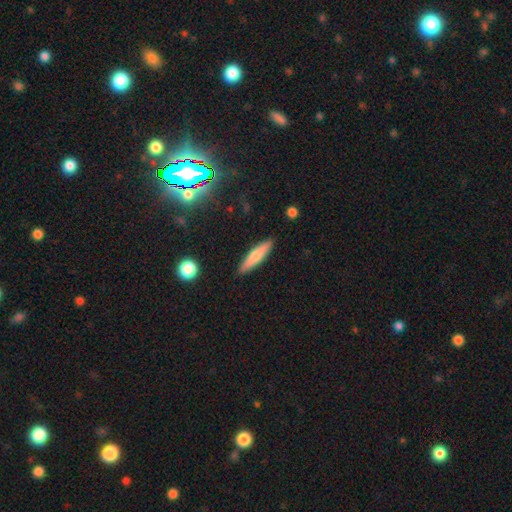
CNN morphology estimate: Smooth or featured? smooth (71%)
How rounded? cigar-shaped (81%)
Merging? none (89%)